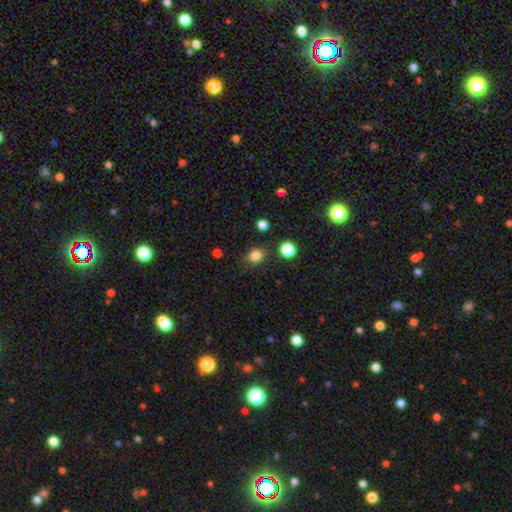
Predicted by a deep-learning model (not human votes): Q: Smooth or featured?
A: smooth (83%); runner-up: star or artifact (13%)
Q: How rounded?
A: round (63%); runner-up: in between (36%)
Q: Merging?
A: none (82%); runner-up: minor disturbance (11%)